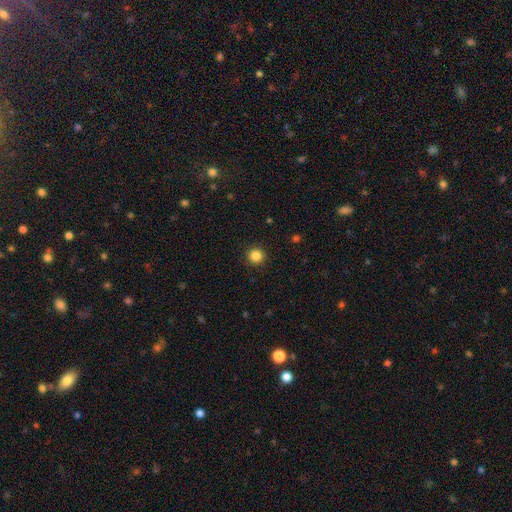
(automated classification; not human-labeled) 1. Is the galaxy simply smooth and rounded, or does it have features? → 85% smooth, 11% star or artifact, 4% featured or disk.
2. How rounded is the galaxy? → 95% round, 4% in between, 1% cigar-shaped.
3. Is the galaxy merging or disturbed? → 92% none, 5% minor disturbance, 2% major disturbance, 1% merger.